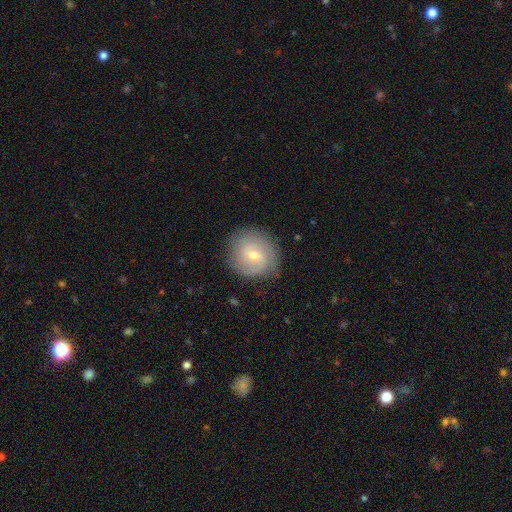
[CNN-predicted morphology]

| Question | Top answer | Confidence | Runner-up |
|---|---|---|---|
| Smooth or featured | featured or disk | 58% | smooth (34%) |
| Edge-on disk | no | 97% | yes (3%) |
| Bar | no | 51% | weak (42%) |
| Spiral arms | yes | 85% | no (15%) |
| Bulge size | moderate | 48% | tied: small (48%) |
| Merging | none | 80% | minor disturbance (14%) |